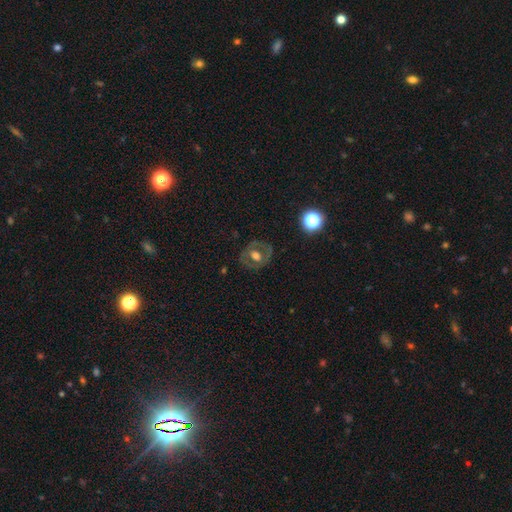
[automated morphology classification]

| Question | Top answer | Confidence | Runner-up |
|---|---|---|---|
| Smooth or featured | featured or disk | 57% | smooth (34%) |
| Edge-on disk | no | 94% | yes (6%) |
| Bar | no | 63% | weak (26%) |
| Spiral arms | no | 78% | yes (22%) |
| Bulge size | moderate | 66% | large (22%) |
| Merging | none | 79% | minor disturbance (13%) |